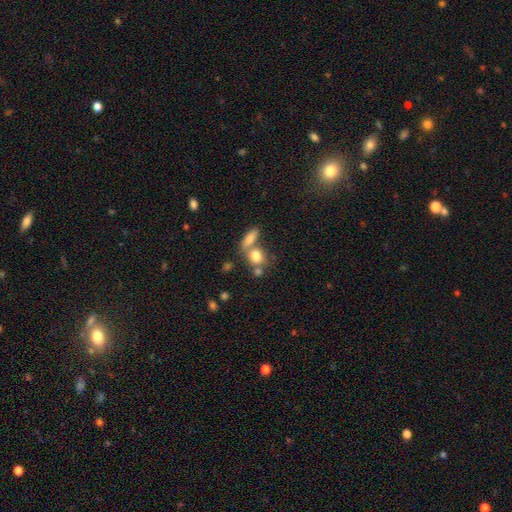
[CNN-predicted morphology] Smooth or featured? Predicted: smooth (p=0.79). How rounded? Predicted: round (p=0.53). Merging? Predicted: merger (p=0.43, tied with none).